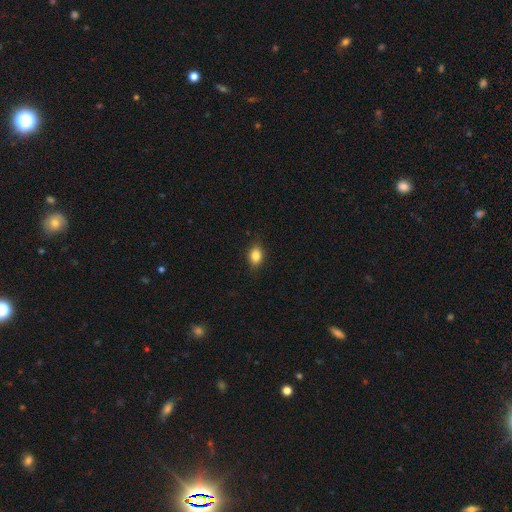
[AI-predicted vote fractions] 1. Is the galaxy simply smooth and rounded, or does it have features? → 84% smooth, 10% star or artifact, 6% featured or disk.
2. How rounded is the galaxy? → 69% in between, 29% round, 2% cigar-shaped.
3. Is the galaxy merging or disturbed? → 86% none, 11% minor disturbance, 2% major disturbance, 1% merger.